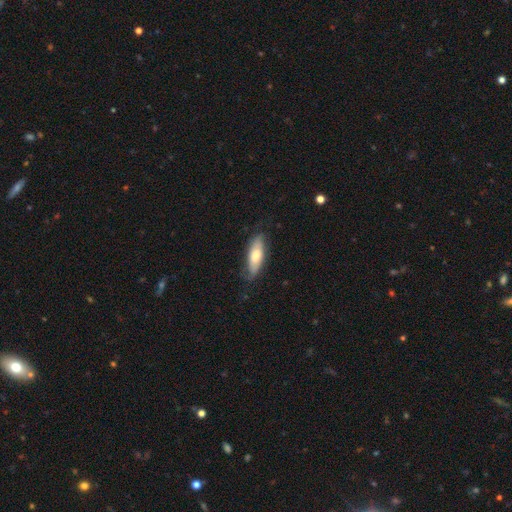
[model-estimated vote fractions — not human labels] A smooth galaxy with no disk features (66%) that is in between round and cigar-shaped (62%).

Vote fractions:
- Smooth or featured? smooth: 66% / featured or disk: 28% / star or artifact: 6%
- How rounded? in between: 62% / cigar-shaped: 36% / round: 2%
- Merging? none: 73% / minor disturbance: 21% / major disturbance: 5% / merger: 1%